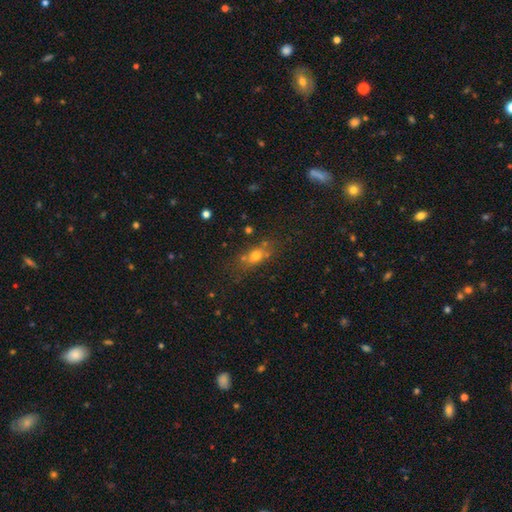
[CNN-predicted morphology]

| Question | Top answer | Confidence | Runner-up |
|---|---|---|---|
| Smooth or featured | smooth | 62% | featured or disk (20%) |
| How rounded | in between | 56% | round (26%) |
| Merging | none | 64% | minor disturbance (18%) |